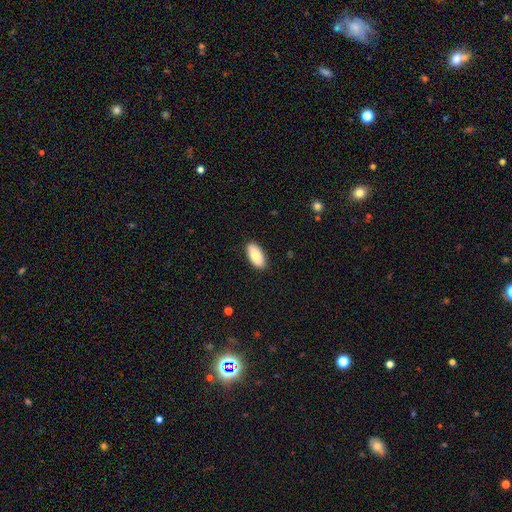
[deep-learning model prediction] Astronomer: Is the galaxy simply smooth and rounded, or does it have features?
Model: smooth — 85%.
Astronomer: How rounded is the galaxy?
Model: in between — 92%.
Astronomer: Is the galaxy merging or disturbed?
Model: none — 89%.